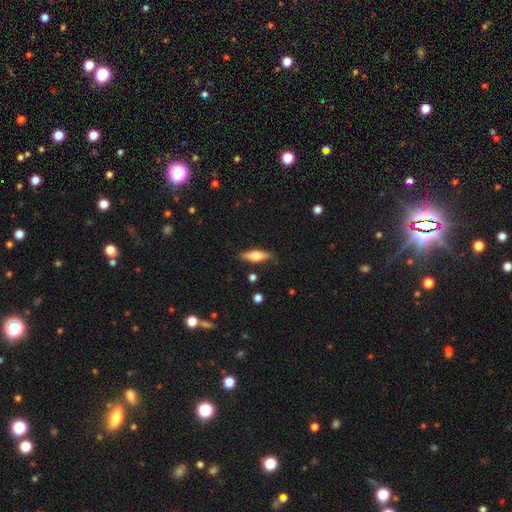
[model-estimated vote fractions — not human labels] Smooth or featured?
  - smooth: 51% *
  - featured or disk: 42%
  - star or artifact: 6%
How rounded?
  - cigar-shaped: 54% *
  - in between: 44%
  - round: 3%
Merging?
  - none: 85% *
  - minor disturbance: 11%
  - major disturbance: 2%
  - merger: 2%